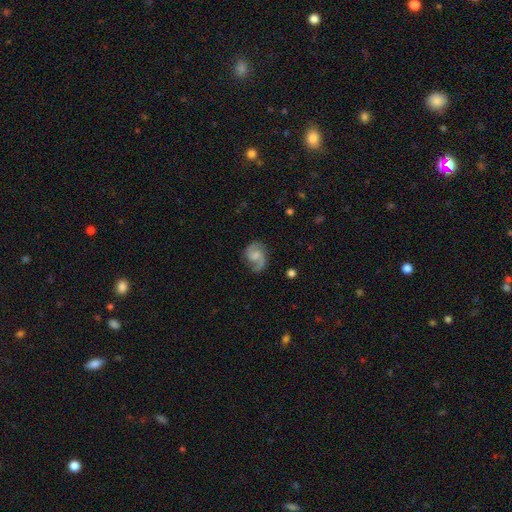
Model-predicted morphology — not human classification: Smooth or featured?
  - featured or disk: 82% *
  - smooth: 12%
  - star or artifact: 6%
Edge-on disk?
  - no: 98% *
  - yes: 2%
Bar?
  - weak: 47% *
  - no: 45%
  - strong: 8%
Spiral arms?
  - yes: 97% *
  - no: 3%
Spiral winding?
  - medium: 51% *
  - loose: 34%
  - tight: 15%
Spiral arm count?
  - 2: 90% *
  - 1: 4%
  - can't tell: 3%
  - 3: 1%
  - 4: 1%
  - more than 4: 1%
Bulge size?
  - small: 32% *
  - moderate: 31%
  - none: 30%
  - large: 6%
  - dominant: 1%
Merging?
  - none: 77% *
  - minor disturbance: 16%
  - major disturbance: 6%
  - merger: 2%